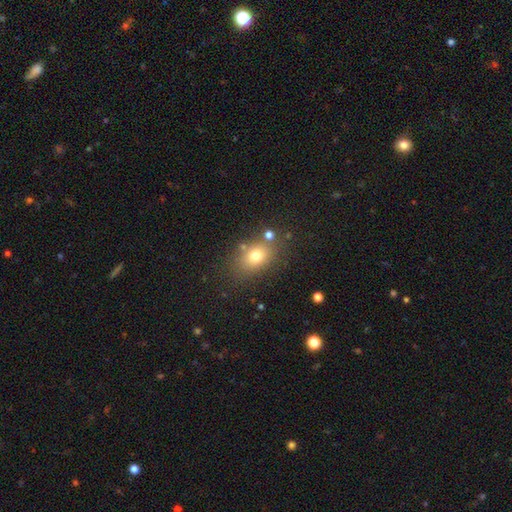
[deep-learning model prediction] Smooth or featured? Predicted: smooth (p=0.74). How rounded? Predicted: in between (p=0.67). Merging? Predicted: none (p=0.75).